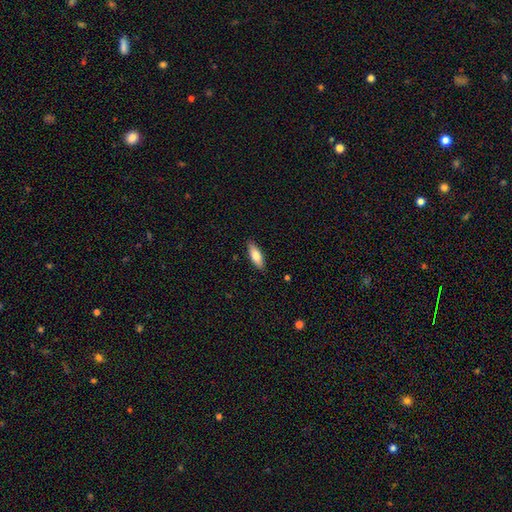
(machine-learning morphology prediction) This is likely a smooth galaxy (76%). How rounded: likely in between (65%). Merging: clearly none (89%).